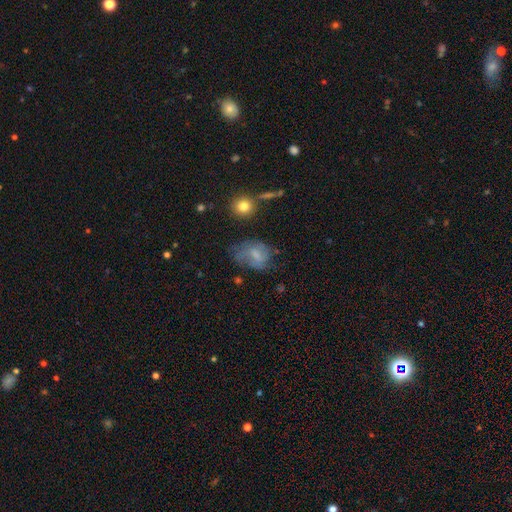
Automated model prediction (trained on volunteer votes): This appears to be a smooth galaxy with no disk features (53%) that is in between round and cigar-shaped (70%). Merging: none (40%).